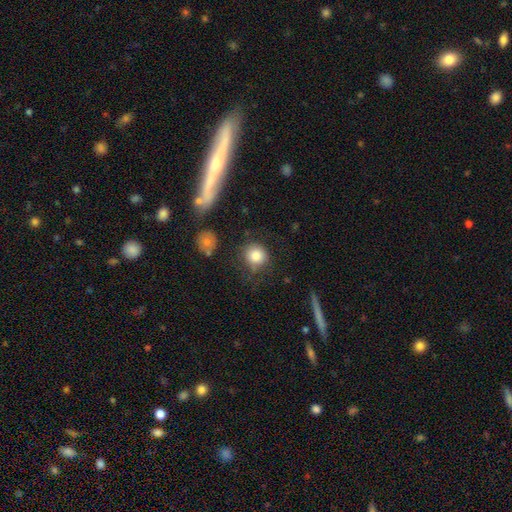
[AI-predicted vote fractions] A smooth galaxy with no disk features (82%) that is round (86%).

Vote fractions:
- Smooth or featured? smooth: 82% / star or artifact: 10% / featured or disk: 8%
- How rounded? round: 86% / in between: 13% / cigar-shaped: 1%
- Merging? none: 70% / minor disturbance: 18% / major disturbance: 8% / merger: 4%